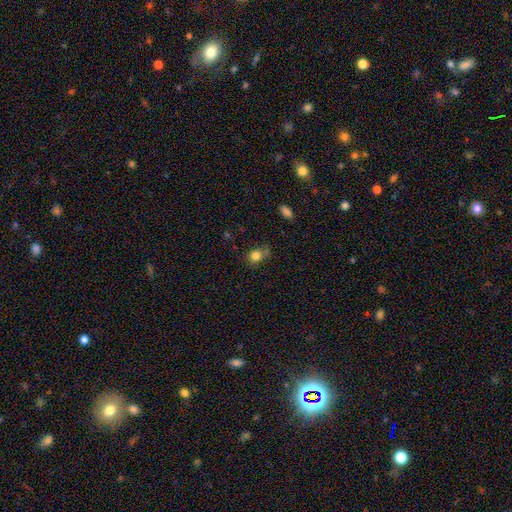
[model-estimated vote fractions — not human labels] smooth-or-featured: smooth: 81% | star or artifact: 12% | featured or disk: 7%
  how-rounded: round: 67% | in between: 32% | cigar-shaped: 1%
  merging: none: 60% | minor disturbance: 25% | major disturbance: 8% | merger: 7%